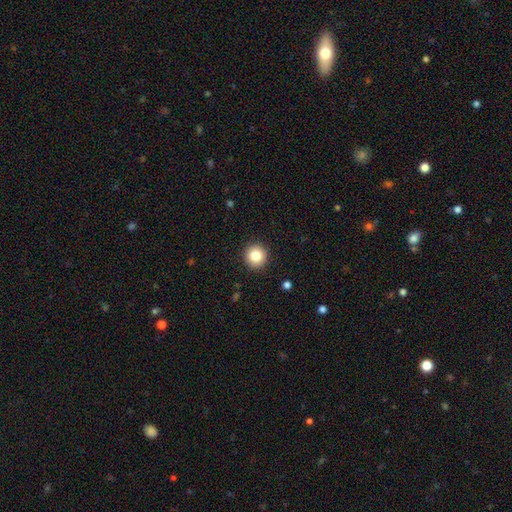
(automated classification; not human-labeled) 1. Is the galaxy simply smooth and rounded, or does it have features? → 83% smooth, 10% star or artifact, 7% featured or disk.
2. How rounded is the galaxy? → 94% round, 5% in between, 1% cigar-shaped.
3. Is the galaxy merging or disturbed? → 92% none, 5% minor disturbance, 2% major disturbance, 1% merger.